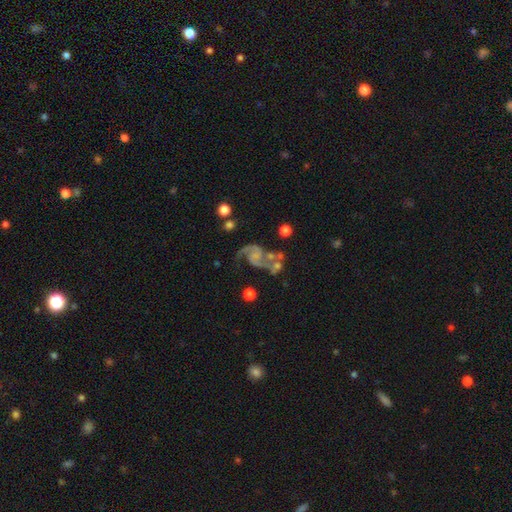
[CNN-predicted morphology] Q: Smooth or featured?
A: featured or disk (85%); runner-up: smooth (8%)
Q: Edge-on disk?
A: no (98%); runner-up: yes (2%)
Q: Bar?
A: no (60%); runner-up: weak (32%)
Q: Spiral arms?
A: yes (95%); runner-up: no (5%)
Q: Spiral winding?
A: loose (56%); runner-up: medium (37%)
Q: Spiral arm count?
A: 2 (89%); runner-up: 1 (5%)
Q: Bulge size?
A: none (51%); runner-up: small (33%)
Q: Merging?
A: none (42%); runner-up: major disturbance (22%)